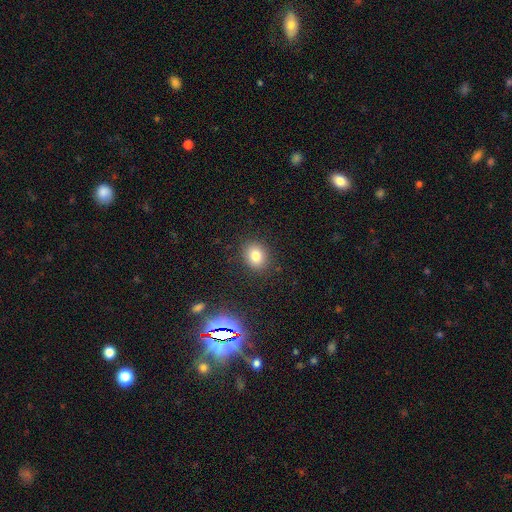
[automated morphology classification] smooth-or-featured: smooth: 80% | star or artifact: 12% | featured or disk: 8%
  how-rounded: round: 54% | in between: 45% | cigar-shaped: 1%
  merging: none: 87% | minor disturbance: 9% | major disturbance: 3% | merger: 1%